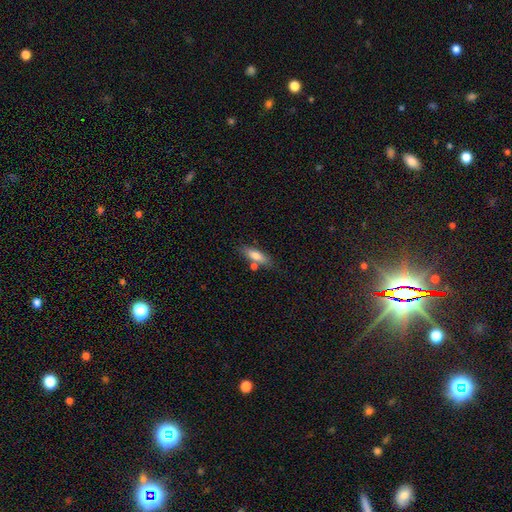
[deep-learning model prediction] The model was most divided on "how rounded": cigar-shaped: 49%, in between: 48%, round: 3%. More confident: smooth or featured — smooth (75%); merging — none (66%).